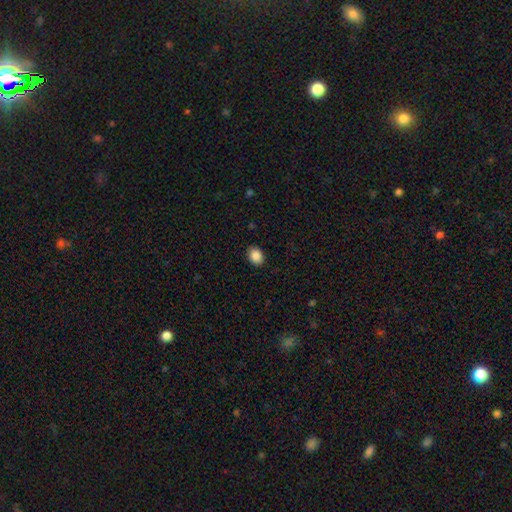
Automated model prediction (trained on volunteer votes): smooth_or_featured: smooth (p=0.88) [alt: star or artifact p=0.08]
how_rounded: in between (p=0.61) [alt: round p=0.38]
merging: none (p=0.89) [alt: minor disturbance p=0.08]